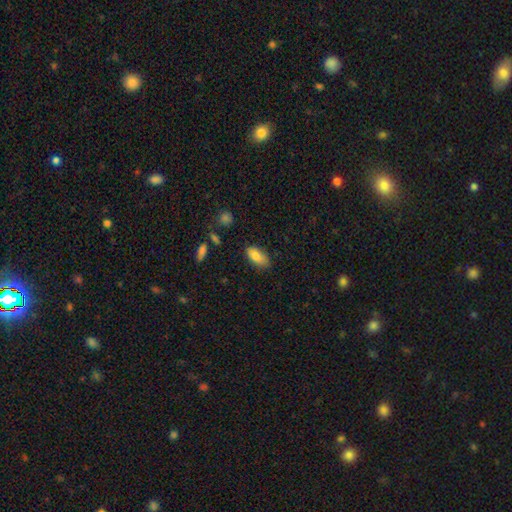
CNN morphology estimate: This is clearly a smooth galaxy (82%). How rounded: clearly in between (89%). Merging: likely none (76%).